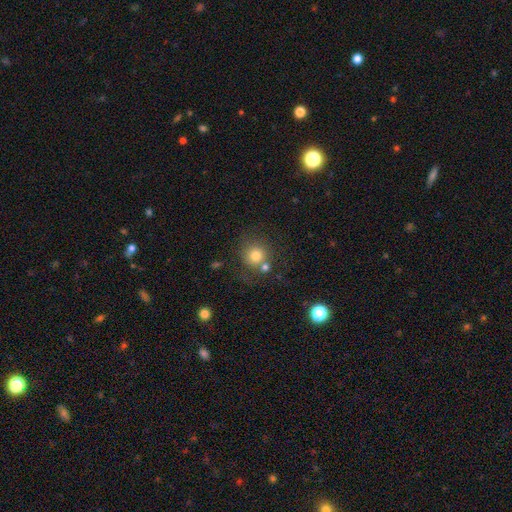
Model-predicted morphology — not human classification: Q: Smooth or featured?
A: smooth (77%); runner-up: star or artifact (12%)
Q: How rounded?
A: round (90%); runner-up: in between (9%)
Q: Merging?
A: none (63%); runner-up: merger (18%)